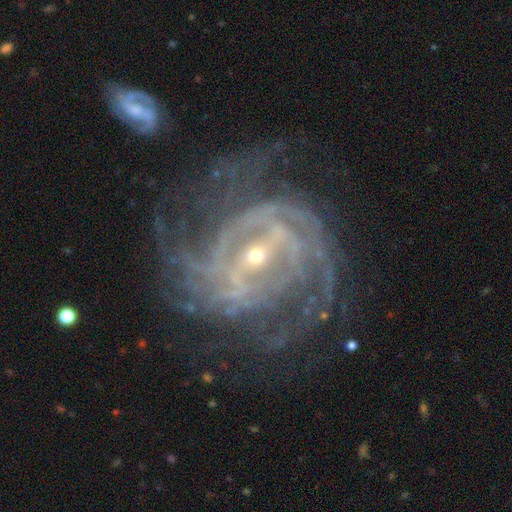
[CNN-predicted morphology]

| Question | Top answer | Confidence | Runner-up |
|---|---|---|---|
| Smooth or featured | featured or disk | 92% | star or artifact (6%) |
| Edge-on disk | no | 97% | yes (3%) |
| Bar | strong | 57% | weak (32%) |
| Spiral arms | yes | 97% | no (3%) |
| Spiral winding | tight | 64% | medium (30%) |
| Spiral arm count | can't tell | 22% | tied: 4 (22%) |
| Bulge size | small | 70% | moderate (27%) |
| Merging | none | 62% | minor disturbance (18%) |